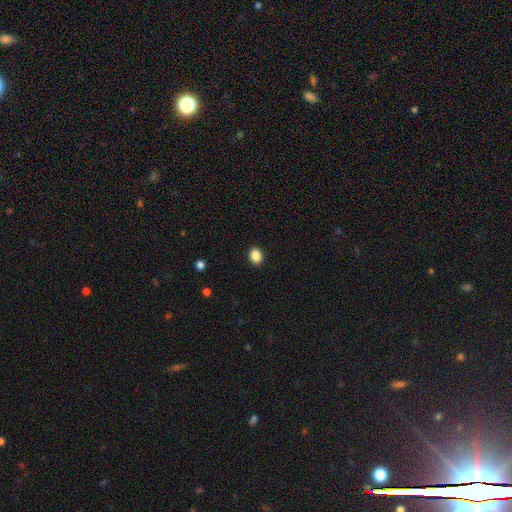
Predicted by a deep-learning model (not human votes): smooth_or_featured: smooth (p=0.87) [alt: star or artifact p=0.09]
how_rounded: in between (p=0.51) [alt: round p=0.48]
merging: none (p=0.91) [alt: minor disturbance p=0.06]